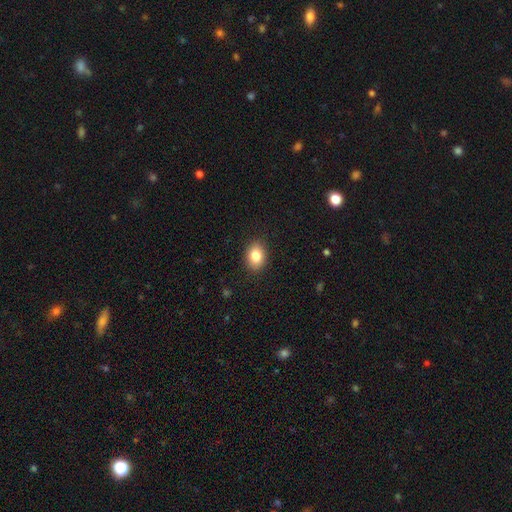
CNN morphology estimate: Smooth or featured? smooth (84%)
How rounded? in between (70%)
Merging? none (89%)